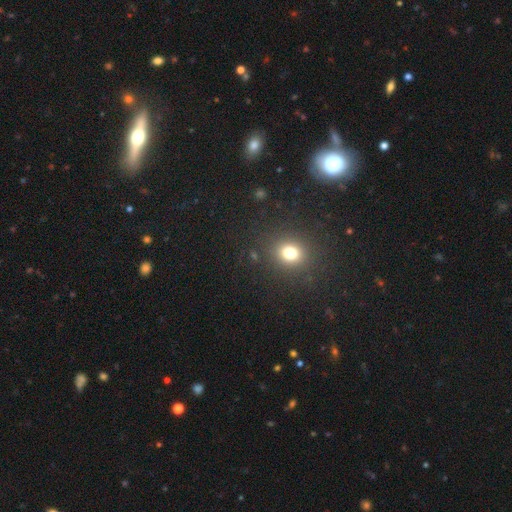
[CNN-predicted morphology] Smooth or featured?
  - smooth: 50% *
  - star or artifact: 39%
  - featured or disk: 12%
Merging?
  - none: 89% *
  - minor disturbance: 6%
  - major disturbance: 3%
  - merger: 3%